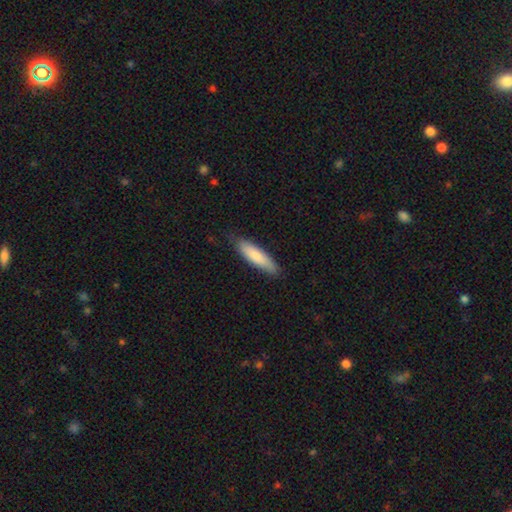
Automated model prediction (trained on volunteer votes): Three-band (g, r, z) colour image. It shows a smooth galaxy with no disk features (80%) that is cigar-shaped (67%). Merging: none (80%).